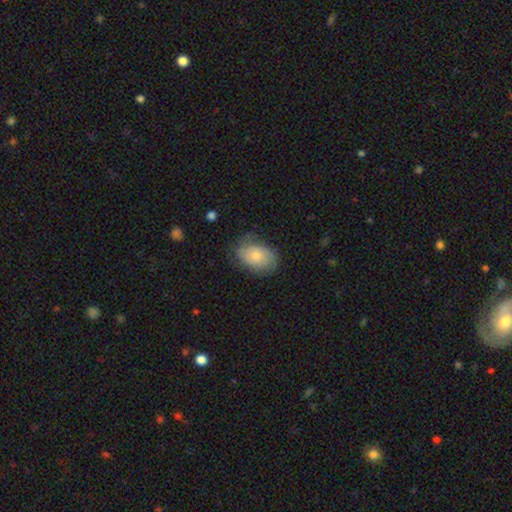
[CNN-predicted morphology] The model was most divided on "smooth or featured": smooth: 62%, featured or disk: 31%, star or artifact: 7%. More confident: how rounded — in between (81%); merging — none (67%).